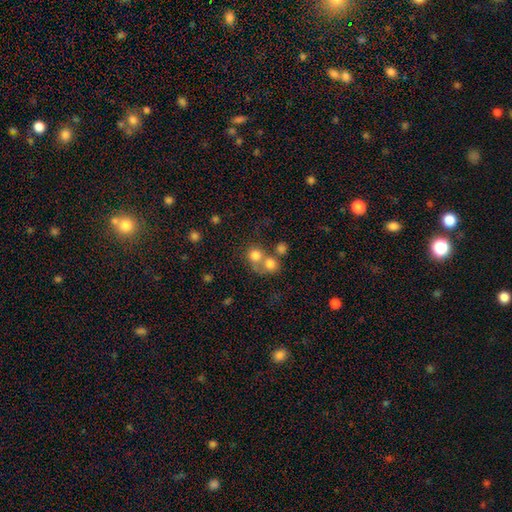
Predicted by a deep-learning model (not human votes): Morphology: type=smooth (75%); roundness=round (85%); merging=merger (50%).